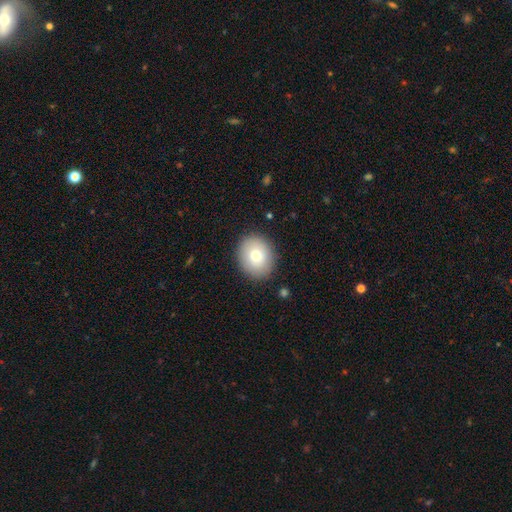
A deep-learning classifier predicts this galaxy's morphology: smooth 74%, featured or disk 16%, star or artifact 10%. Down the decision tree: how rounded — round (66%); merging — none (88%).